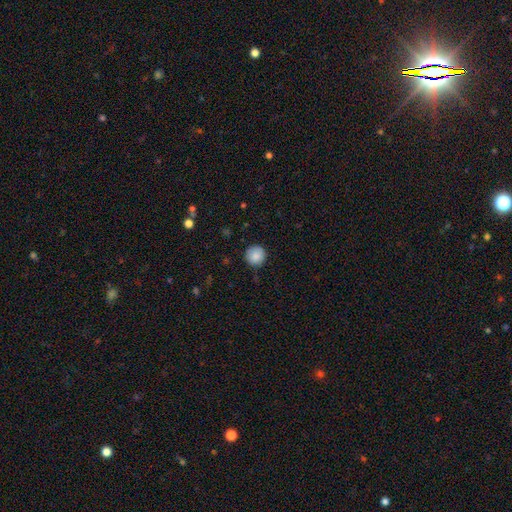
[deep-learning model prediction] This appears to be a smooth galaxy with no disk features (87%) that is round (95%). Merging: none (88%).